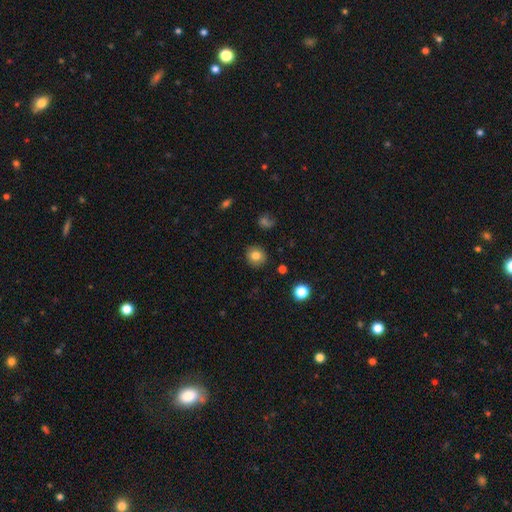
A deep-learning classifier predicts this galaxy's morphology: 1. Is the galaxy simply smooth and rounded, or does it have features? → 81% smooth, 11% star or artifact, 8% featured or disk.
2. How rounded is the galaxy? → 88% round, 11% in between, 1% cigar-shaped.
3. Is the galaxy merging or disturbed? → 90% none, 7% minor disturbance, 2% major disturbance, 1% merger.